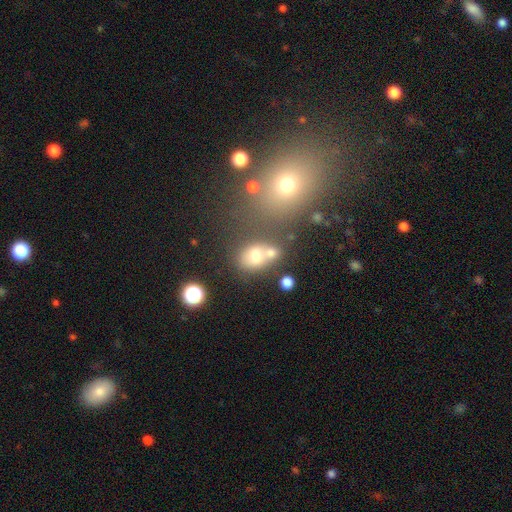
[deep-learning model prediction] A smooth galaxy with no disk features (66%) that is in between round and cigar-shaped (54%).

Vote fractions:
- Smooth or featured? smooth: 66% / featured or disk: 18% / star or artifact: 15%
- How rounded? in between: 54% / round: 45% / cigar-shaped: 1%
- Merging? merger: 41% / none: 40% / minor disturbance: 12% / major disturbance: 6%